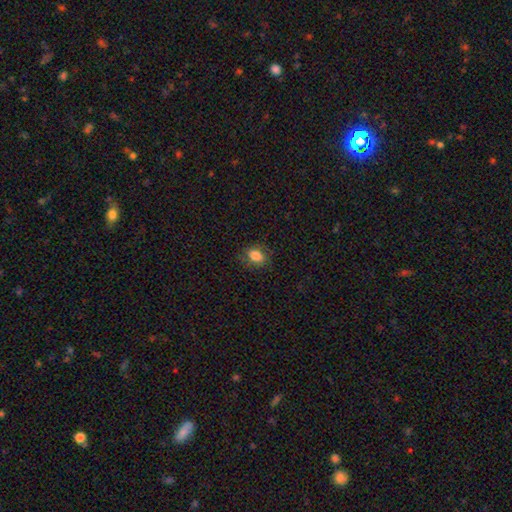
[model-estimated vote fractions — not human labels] A smooth galaxy with no disk features (82%) that is in between round and cigar-shaped (63%).

Vote fractions:
- Smooth or featured? smooth: 82% / star or artifact: 10% / featured or disk: 8%
- How rounded? in between: 63% / round: 35% / cigar-shaped: 1%
- Merging? none: 78% / minor disturbance: 16% / major disturbance: 5% / merger: 1%